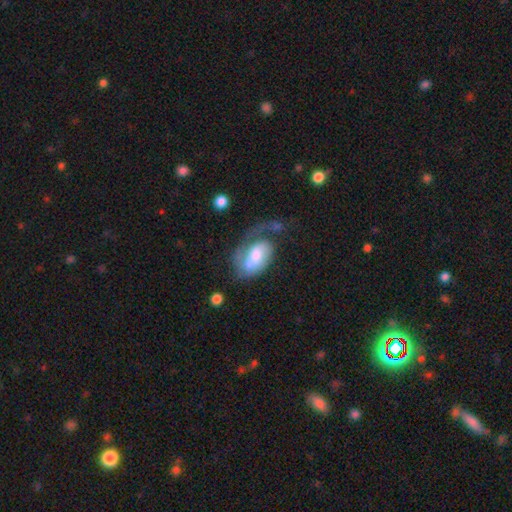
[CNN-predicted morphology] Smooth or featured? featured or disk (64%)
Edge-on disk? no (96%)
Bar? no (50%)
Spiral arms? yes (85%)
Spiral winding? medium (38%)
Spiral arm count? 1 (62%)
Bulge size? moderate (47%)
Merging? major disturbance (43%)